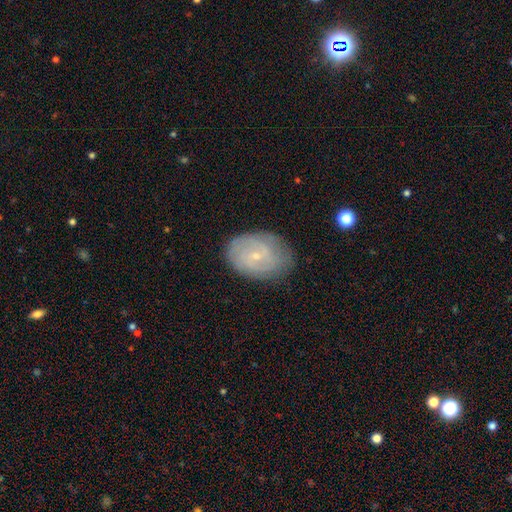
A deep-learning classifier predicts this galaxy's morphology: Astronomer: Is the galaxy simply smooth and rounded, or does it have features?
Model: featured or disk — 58% (runner-up: smooth, 33%).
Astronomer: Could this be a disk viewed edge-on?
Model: no — 95%.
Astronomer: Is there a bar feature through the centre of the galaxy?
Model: no — 57% (runner-up: weak, 36%).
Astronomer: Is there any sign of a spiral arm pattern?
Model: yes — 74%.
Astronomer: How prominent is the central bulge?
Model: small — 80%.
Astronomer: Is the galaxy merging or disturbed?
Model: none — 77%.